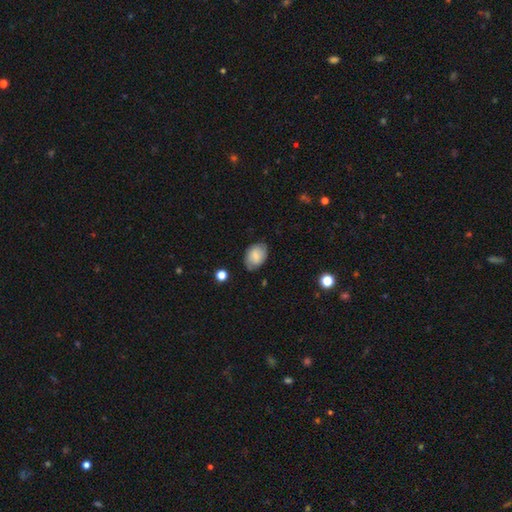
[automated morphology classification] type=smooth (79%); roundness=in between (82%); merging=none (75%).